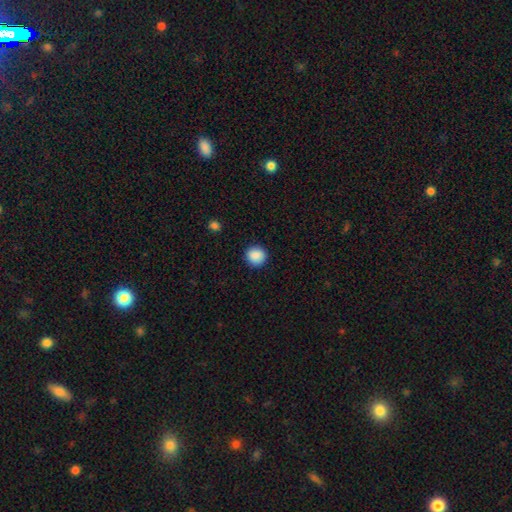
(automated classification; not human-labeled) This is clearly a smooth galaxy (89%). How rounded: clearly round (90%). Merging: clearly none (89%).